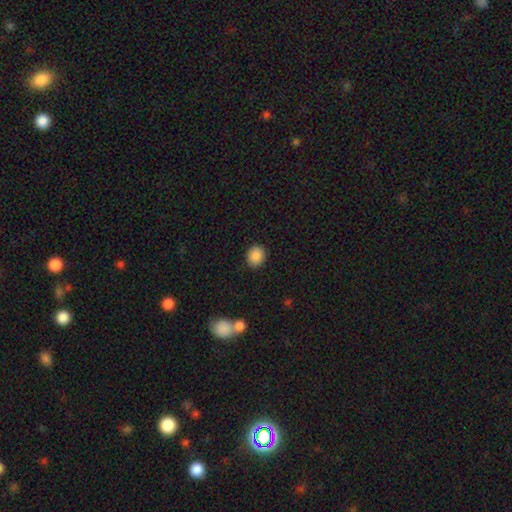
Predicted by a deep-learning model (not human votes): Smooth or featured: smooth — 88% (star or artifact — 8%)
How rounded: round — 67% (in between — 32%)
Merging: none — 87% (minor disturbance — 8%)